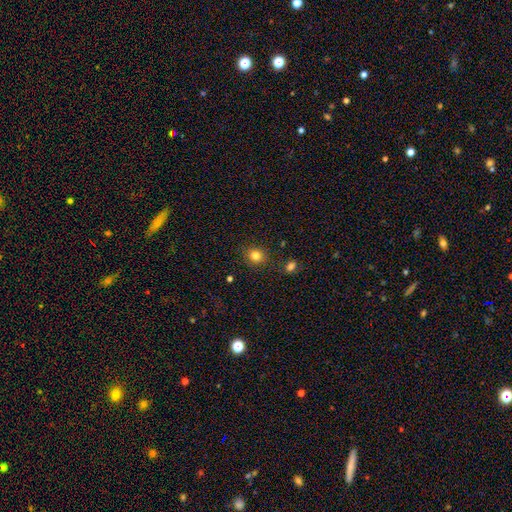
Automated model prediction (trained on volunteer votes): Smooth or featured? Predicted: smooth (p=0.82). How rounded? Predicted: round (p=0.80). Merging? Predicted: none (p=0.86).